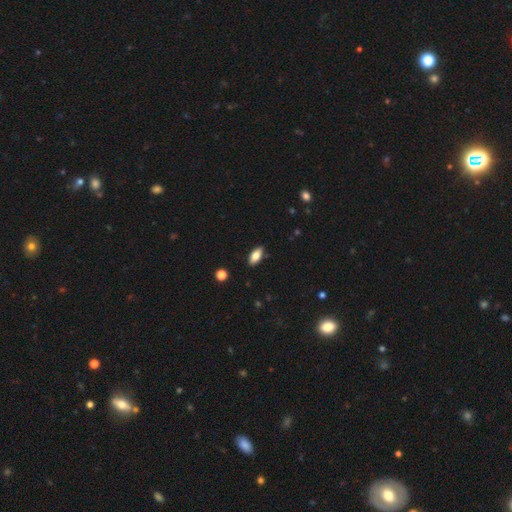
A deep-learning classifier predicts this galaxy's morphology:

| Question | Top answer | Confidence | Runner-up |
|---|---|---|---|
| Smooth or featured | smooth | 76% | featured or disk (17%) |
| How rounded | in between | 87% | cigar-shaped (11%) |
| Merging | none | 88% | minor disturbance (9%) |